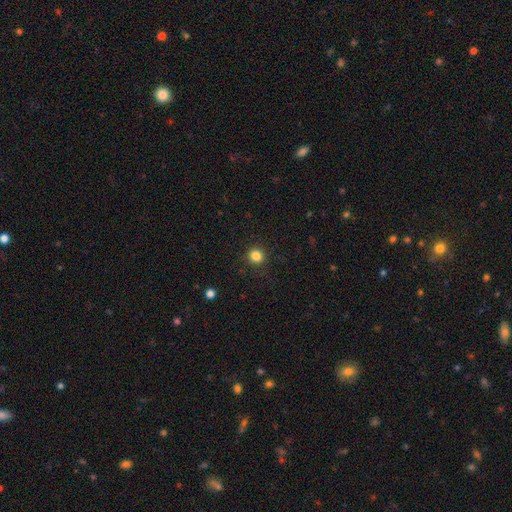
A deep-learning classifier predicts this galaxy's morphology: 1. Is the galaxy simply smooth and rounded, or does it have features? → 83% smooth, 12% star or artifact, 4% featured or disk.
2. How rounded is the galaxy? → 92% round, 7% in between, 1% cigar-shaped.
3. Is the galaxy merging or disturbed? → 90% none, 7% minor disturbance, 2% major disturbance, 1% merger.